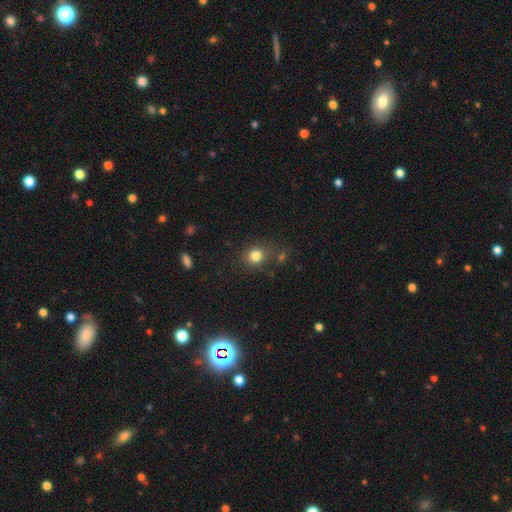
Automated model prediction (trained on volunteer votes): Smooth or featured?
  - smooth: 81% *
  - star or artifact: 13%
  - featured or disk: 7%
How rounded?
  - round: 71% *
  - in between: 28%
  - cigar-shaped: 1%
Merging?
  - none: 77% *
  - minor disturbance: 13%
  - merger: 6%
  - major disturbance: 5%